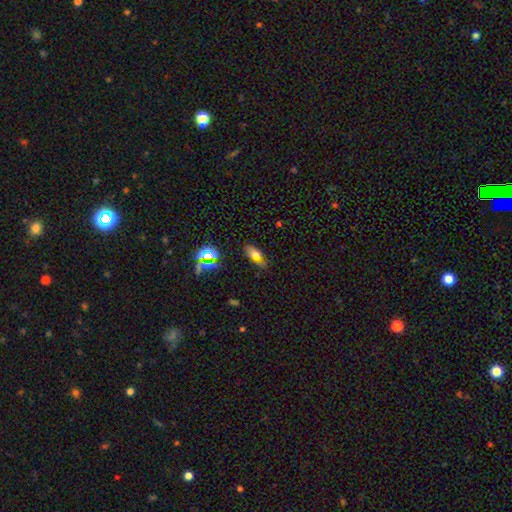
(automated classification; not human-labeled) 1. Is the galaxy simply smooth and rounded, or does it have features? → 58% smooth, 23% featured or disk, 20% star or artifact.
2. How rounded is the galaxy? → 79% in between, 15% cigar-shaped, 6% round.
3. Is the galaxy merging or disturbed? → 73% none, 19% minor disturbance, 5% major disturbance, 3% merger.